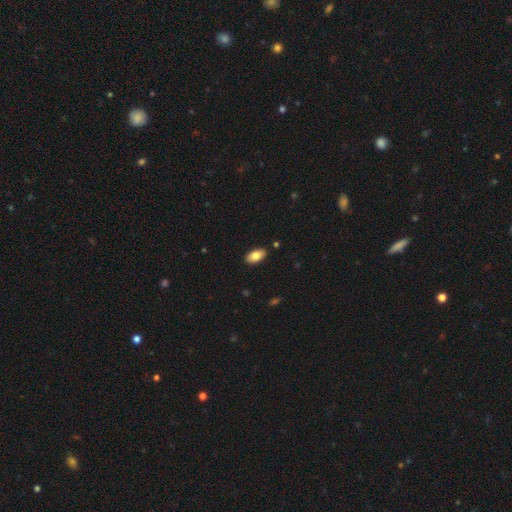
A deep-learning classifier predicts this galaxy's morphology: Smooth or featured: smooth — 81% (featured or disk — 12%)
How rounded: in between — 93% (cigar-shaped — 4%)
Merging: none — 89% (minor disturbance — 8%)